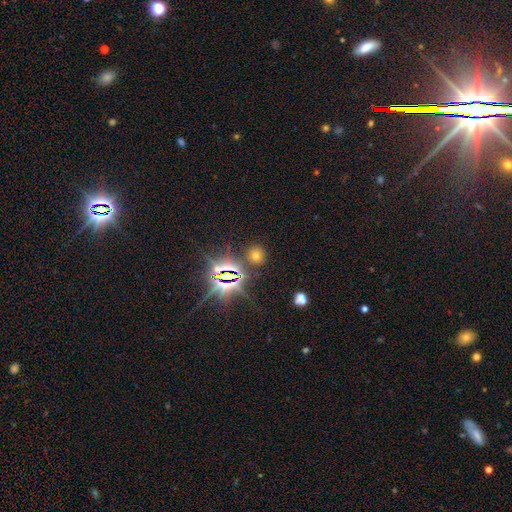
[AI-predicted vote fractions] This appears to be a smooth galaxy with no disk features (53%) that is round (83%). Merging: none (85%).